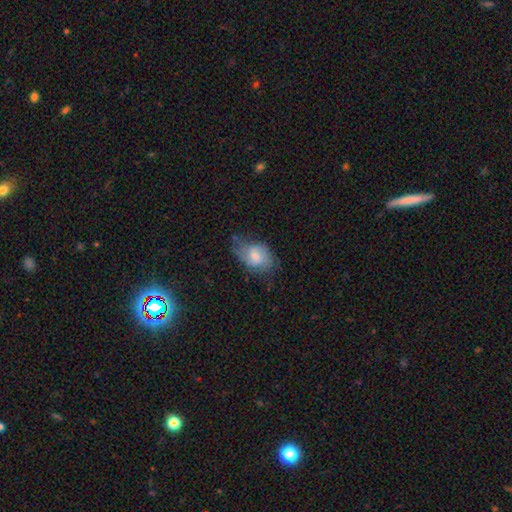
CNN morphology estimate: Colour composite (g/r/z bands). It shows a featured or disk galaxy (46%, tied with smooth). Merging: none (48%).